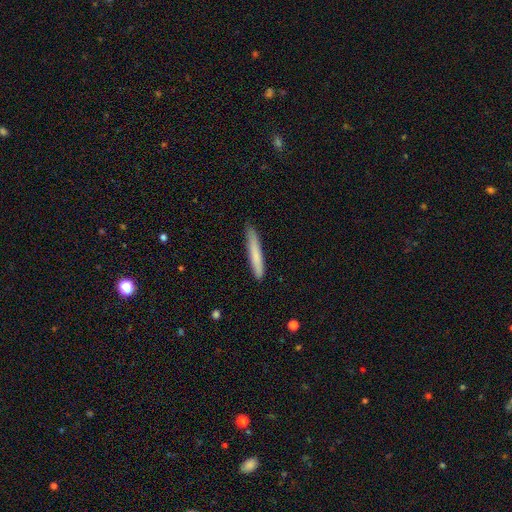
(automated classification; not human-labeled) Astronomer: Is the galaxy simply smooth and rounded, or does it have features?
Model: smooth — 75%.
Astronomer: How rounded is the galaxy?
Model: cigar-shaped — 96%.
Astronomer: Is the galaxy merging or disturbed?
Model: none — 87%.